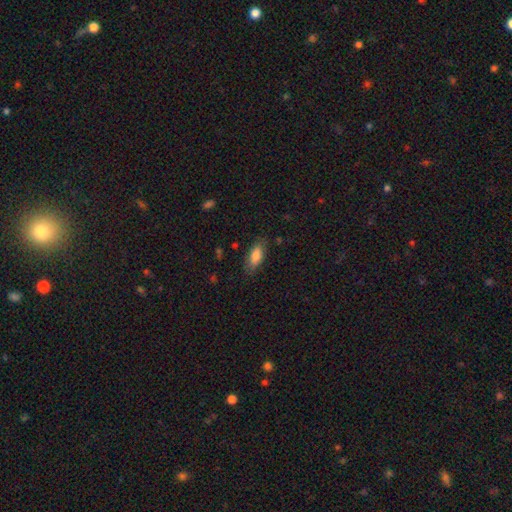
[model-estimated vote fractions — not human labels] The model was most divided on "how rounded": in between: 78%, cigar-shaped: 20%, round: 2%. More confident: merging — none (79%); smooth or featured — smooth (78%).